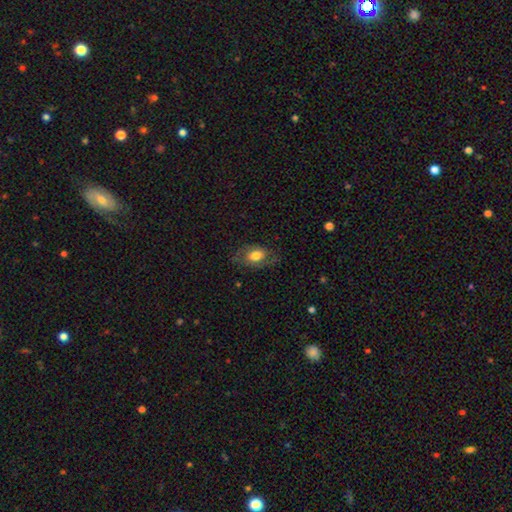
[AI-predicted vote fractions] A smooth galaxy with no disk features (65%) that is in between round and cigar-shaped (83%). Merging: none (67%).